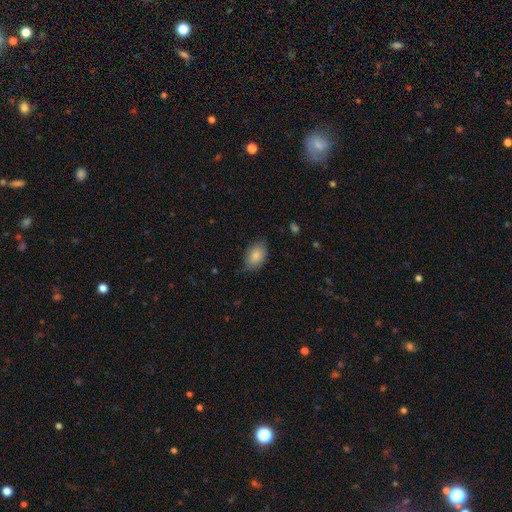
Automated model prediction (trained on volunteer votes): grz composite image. It shows a smooth galaxy with no disk features (85%) that is in between round and cigar-shaped (90%). Merging: none (76%).